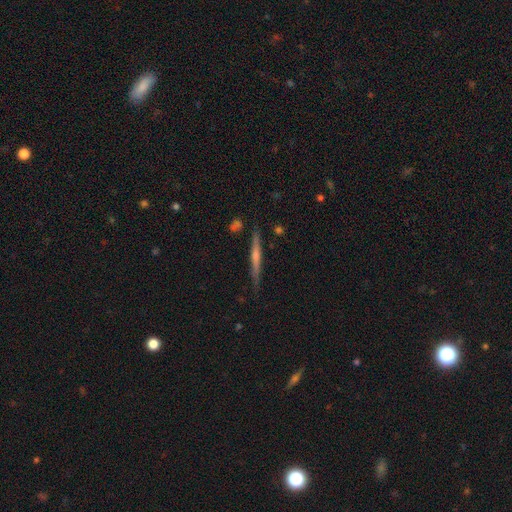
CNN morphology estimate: smooth-or-featured: featured or disk: 65% | smooth: 24% | star or artifact: 11%
  disk-edge-on: yes: 95% | no: 5%
    edge-on-bulge: rounded: 63% | none: 27% | boxy: 10%
  merging: none: 83% | minor disturbance: 11% | merger: 3% | major disturbance: 3%